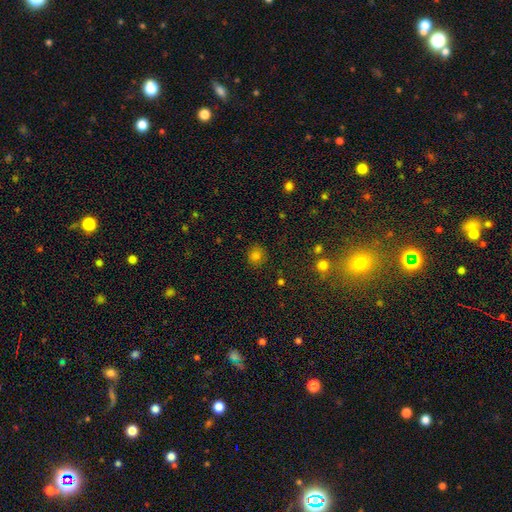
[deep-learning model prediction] Q: Smooth or featured?
A: smooth (80%); runner-up: star or artifact (15%)
Q: How rounded?
A: round (86%); runner-up: in between (13%)
Q: Merging?
A: none (88%); runner-up: minor disturbance (8%)